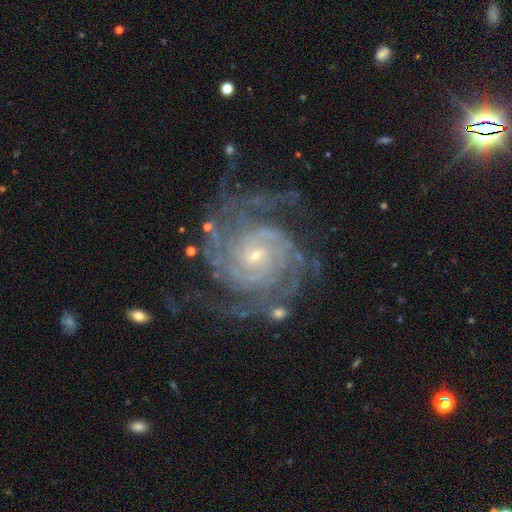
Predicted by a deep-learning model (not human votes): smooth-or-featured: featured or disk: 92% | star or artifact: 5% | smooth: 3%
  disk-edge-on: no: 98% | yes: 2%
    bar: no: 67% | weak: 24% | strong: 9%
    has-spiral-arms: yes: 98% | no: 2%
      spiral-winding: tight: 74% | medium: 23% | loose: 3%
      spiral-arm-count: 2: 23% | 4: 21% | 3: 18% | can't tell: 17% | more than 4: 13% | 1: 8%
    bulge-size: small: 85% | moderate: 11% | none: 2% | large: 1% | dominant: 1%
  merging: none: 69% | minor disturbance: 17% | major disturbance: 12% | merger: 2%